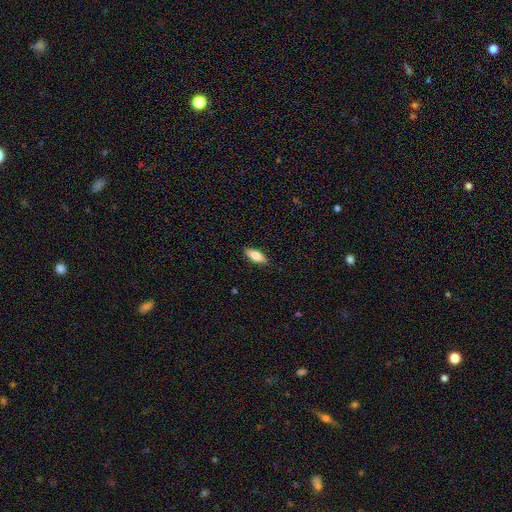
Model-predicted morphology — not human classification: Q: Smooth or featured?
A: smooth (75%); runner-up: featured or disk (19%)
Q: How rounded?
A: in between (73%); runner-up: cigar-shaped (25%)
Q: Merging?
A: none (88%); runner-up: minor disturbance (9%)